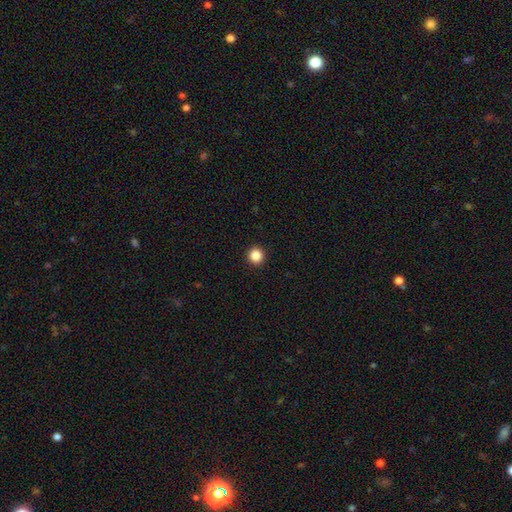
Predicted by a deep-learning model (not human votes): Morphology: type=smooth (86%); roundness=round (96%); merging=none (94%).